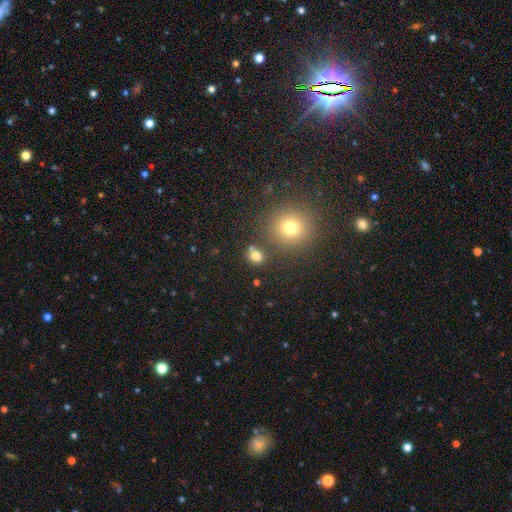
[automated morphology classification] Smooth or featured? smooth (76%)
How rounded? round (80%)
Merging? none (73%)